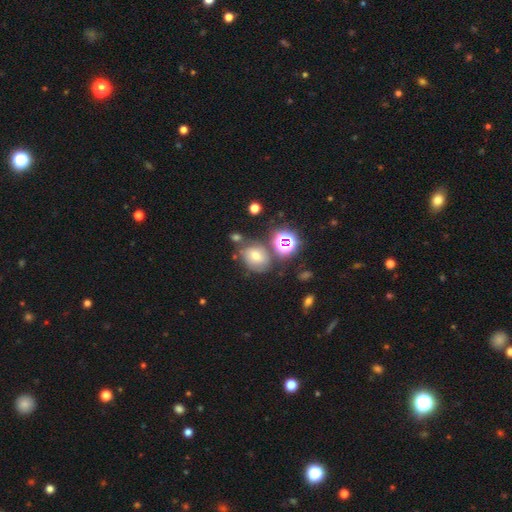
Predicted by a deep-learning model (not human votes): Morphology: type=smooth (47%); merging=none (60%).